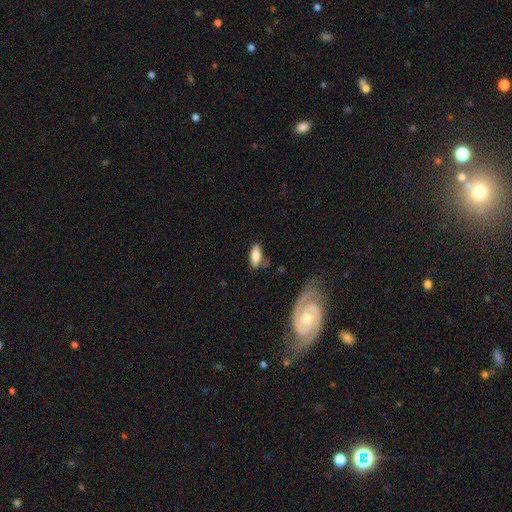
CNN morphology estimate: The model was most divided on "merging": none: 60%, minor disturbance: 26%, major disturbance: 9%, merger: 5%. More confident: how rounded — in between (80%); smooth or featured — smooth (75%).